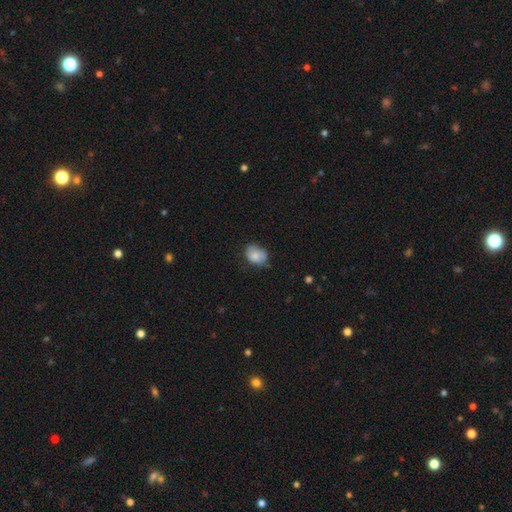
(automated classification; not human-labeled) This is likely a smooth galaxy (80%). How rounded: possibly in between (58%). Merging: possibly none (58%).